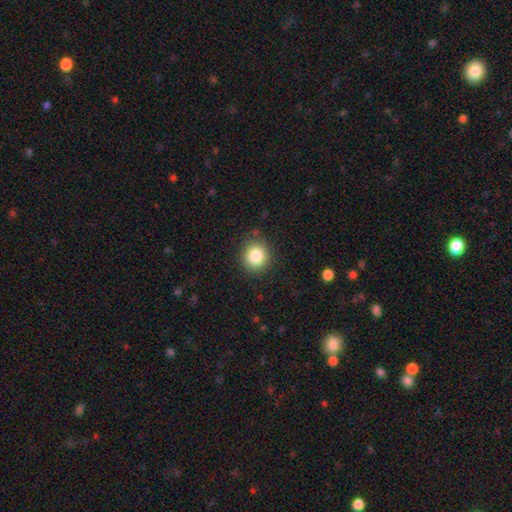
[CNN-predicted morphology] This appears to be a smooth galaxy with no disk features (84%) that is round (90%). Merging: none (88%).